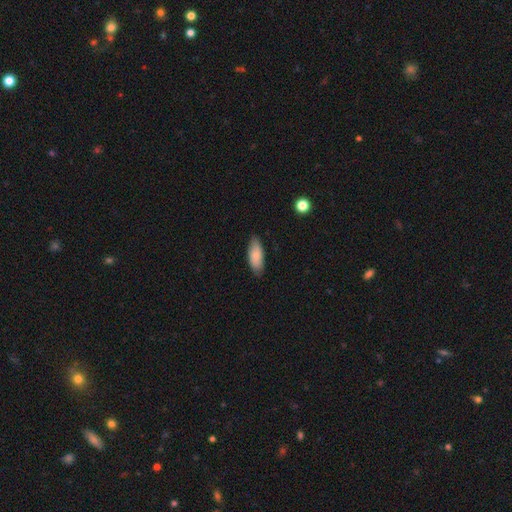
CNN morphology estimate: Q: Smooth or featured?
A: smooth (84%); runner-up: featured or disk (10%)
Q: How rounded?
A: in between (78%); runner-up: cigar-shaped (20%)
Q: Merging?
A: none (84%); runner-up: minor disturbance (12%)